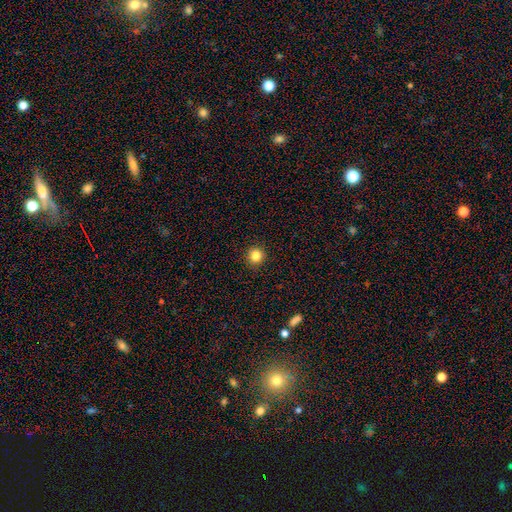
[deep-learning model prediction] Morphology: type=smooth (84%); roundness=round (94%); merging=none (92%).